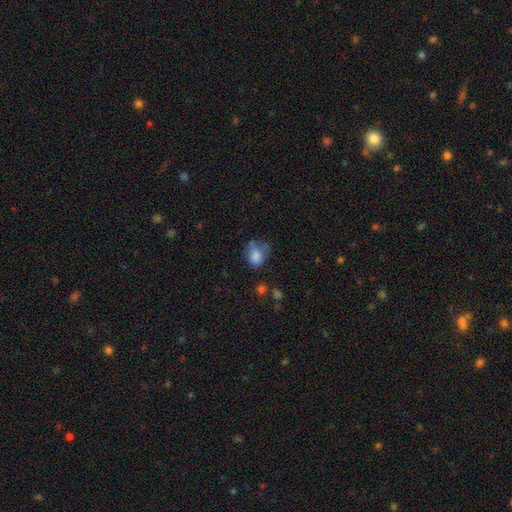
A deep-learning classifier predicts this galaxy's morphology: A smooth galaxy with no disk features (75%) that is in between round and cigar-shaped (52%). Merging: none (37%).